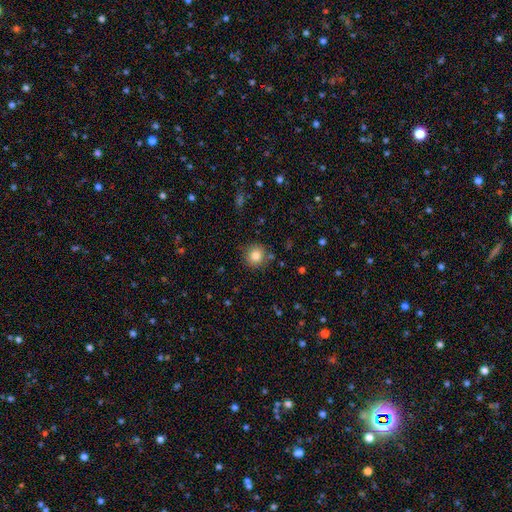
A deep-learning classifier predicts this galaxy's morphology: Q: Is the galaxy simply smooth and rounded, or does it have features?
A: smooth — 82%.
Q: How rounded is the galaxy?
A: round — 93%.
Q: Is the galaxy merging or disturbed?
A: none — 87%.